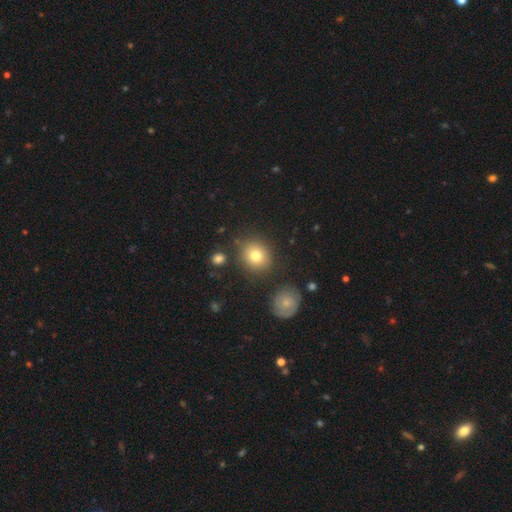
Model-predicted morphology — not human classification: Smooth or featured?
  - smooth: 79% *
  - star or artifact: 11%
  - featured or disk: 9%
How rounded?
  - round: 82% *
  - in between: 17%
  - cigar-shaped: 1%
Merging?
  - none: 83% *
  - minor disturbance: 9%
  - merger: 5%
  - major disturbance: 3%